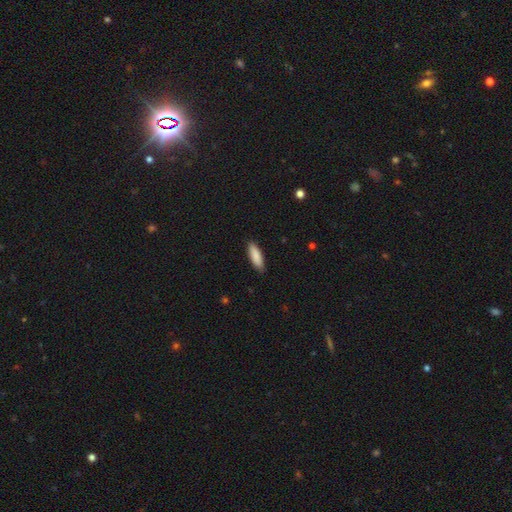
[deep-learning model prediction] Smooth or featured?
  - smooth: 88% *
  - featured or disk: 6%
  - star or artifact: 6%
How rounded?
  - in between: 53% *
  - cigar-shaped: 46%
  - round: 2%
Merging?
  - none: 87% *
  - minor disturbance: 10%
  - major disturbance: 2%
  - merger: 1%